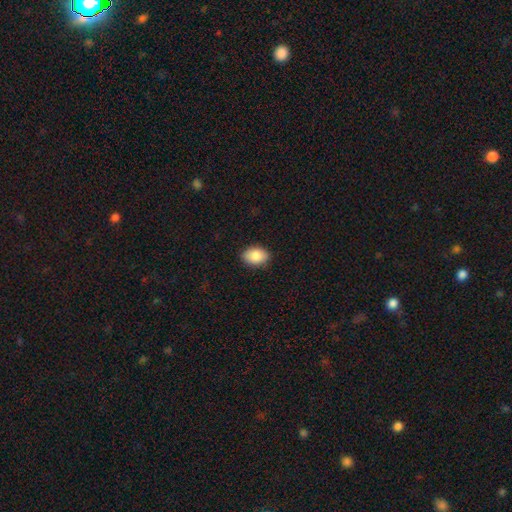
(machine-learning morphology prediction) This is clearly a smooth galaxy (88%). How rounded: clearly in between (83%). Merging: clearly none (88%).